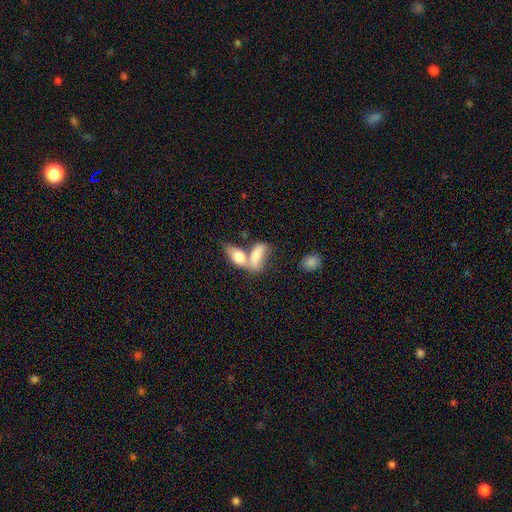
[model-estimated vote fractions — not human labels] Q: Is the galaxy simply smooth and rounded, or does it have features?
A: smooth — 70%.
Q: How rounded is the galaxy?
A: in between — 79%.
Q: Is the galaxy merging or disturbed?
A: merger — 66%.